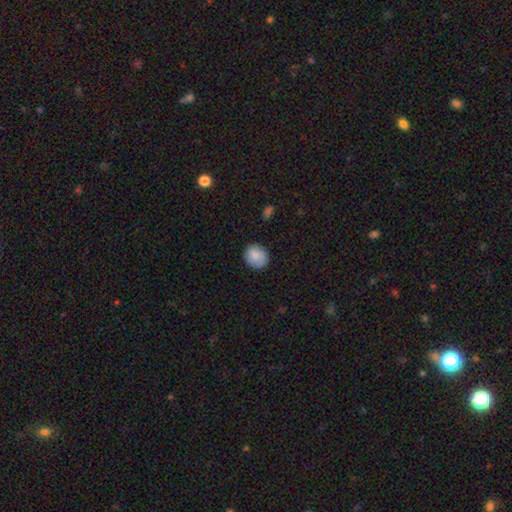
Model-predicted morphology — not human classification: A smooth galaxy with no disk features (84%) that is round (75%).

Vote fractions:
- Smooth or featured? smooth: 84% / featured or disk: 9% / star or artifact: 7%
- How rounded? round: 75% / in between: 24% / cigar-shaped: 1%
- Merging? none: 82% / minor disturbance: 14% / major disturbance: 3% / merger: 1%